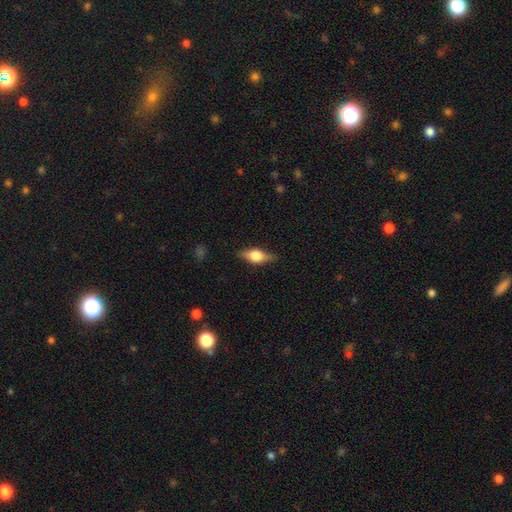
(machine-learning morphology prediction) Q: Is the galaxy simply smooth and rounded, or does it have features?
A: featured or disk — 50%.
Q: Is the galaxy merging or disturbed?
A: none — 84%.